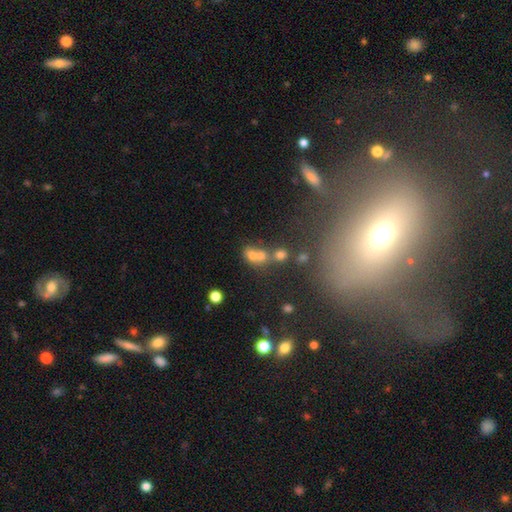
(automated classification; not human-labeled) This appears to be a smooth galaxy with no disk features (63%) that is round (57%). Merging: merger (59%).